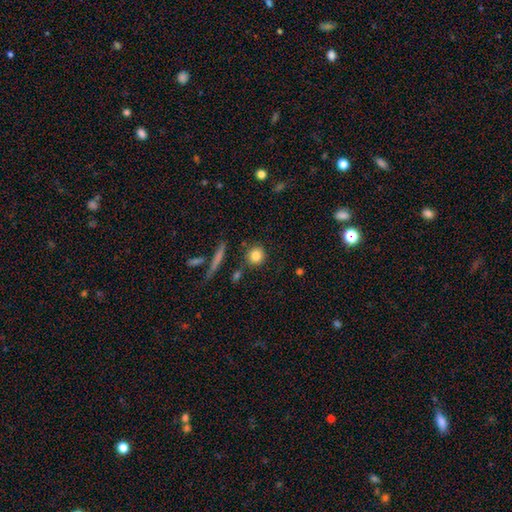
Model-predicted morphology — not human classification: Smooth or featured?
  - smooth: 83% *
  - star or artifact: 10%
  - featured or disk: 8%
How rounded?
  - round: 90% *
  - in between: 8%
  - cigar-shaped: 2%
Merging?
  - none: 83% *
  - minor disturbance: 8%
  - merger: 5%
  - major disturbance: 3%